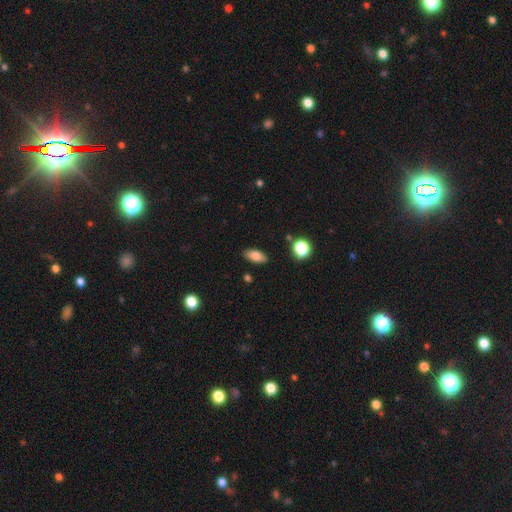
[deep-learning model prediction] smooth-or-featured: smooth: 80% | featured or disk: 12% | star or artifact: 9%
  how-rounded: in between: 88% | cigar-shaped: 8% | round: 4%
  merging: none: 87% | minor disturbance: 9% | major disturbance: 2% | merger: 2%